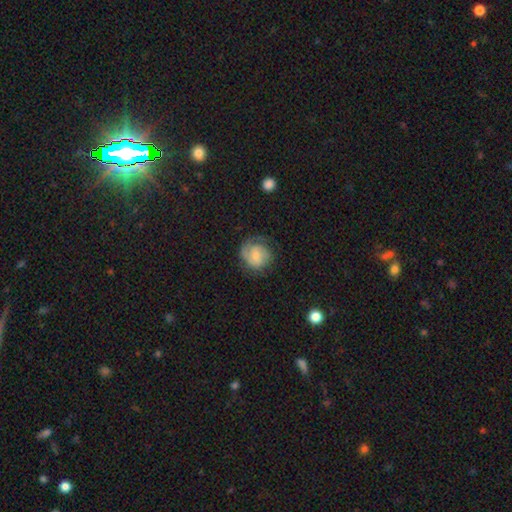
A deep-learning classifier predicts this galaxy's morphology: smooth-or-featured: smooth: 49% | featured or disk: 43% | star or artifact: 8%
  merging: none: 61% | minor disturbance: 23% | major disturbance: 14% | merger: 1%